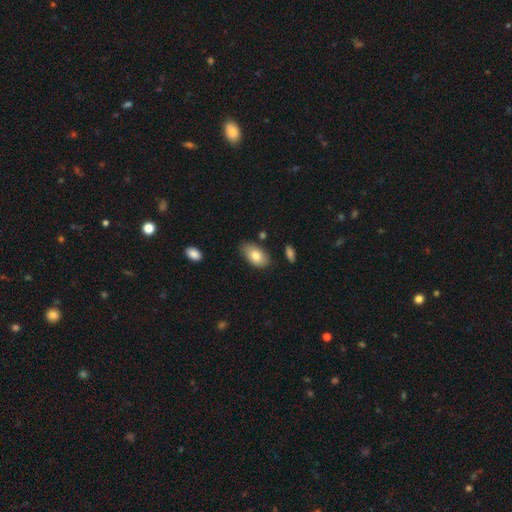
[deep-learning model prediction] The model was most divided on "merging": none: 77%, minor disturbance: 18%, major disturbance: 3%, merger: 3%. More confident: how rounded — in between (93%); smooth or featured — smooth (80%).